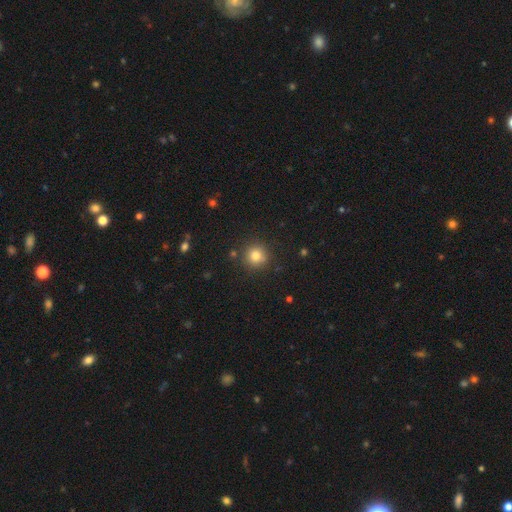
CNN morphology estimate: type=smooth (80%); roundness=round (94%); merging=none (87%).